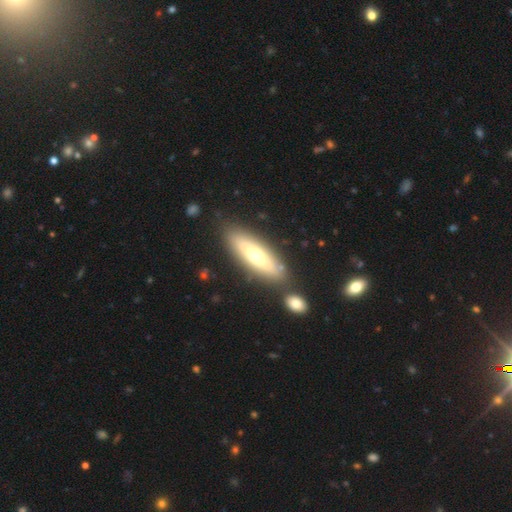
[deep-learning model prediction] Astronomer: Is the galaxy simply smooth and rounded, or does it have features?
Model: smooth — 57% (runner-up: featured or disk, 37%).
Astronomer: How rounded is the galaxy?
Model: cigar-shaped — 54% (runner-up: in between, 44%).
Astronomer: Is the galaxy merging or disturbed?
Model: none — 78%.